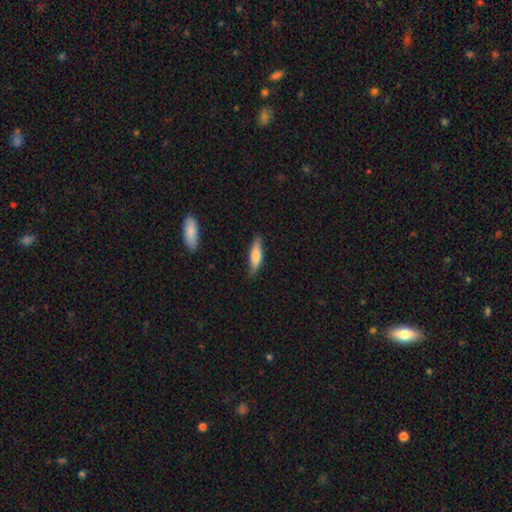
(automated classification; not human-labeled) smooth_or_featured: smooth (p=0.69) [alt: featured or disk p=0.25]
how_rounded: cigar-shaped (p=0.60) [alt: in between p=0.38]
merging: none (p=0.76) [alt: minor disturbance p=0.19]